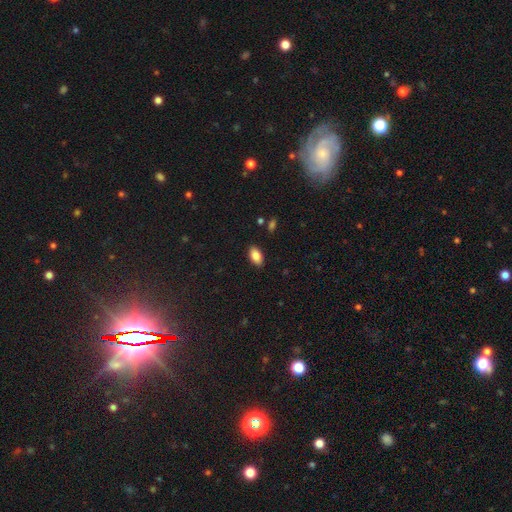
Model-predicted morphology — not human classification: type=smooth (85%); roundness=in between (92%); merging=none (88%).